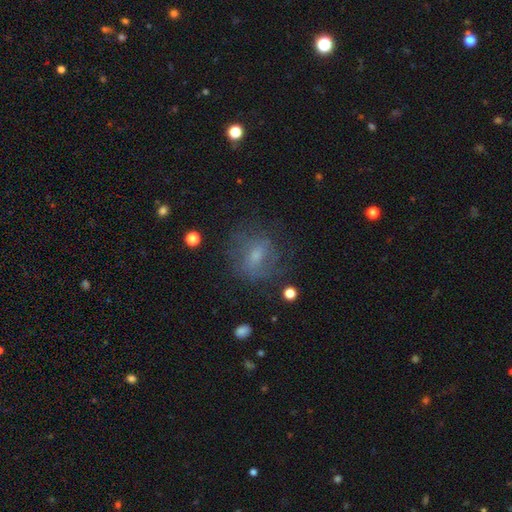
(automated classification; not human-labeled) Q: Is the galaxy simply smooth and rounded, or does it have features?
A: smooth — 48%.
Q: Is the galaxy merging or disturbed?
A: none — 66%.